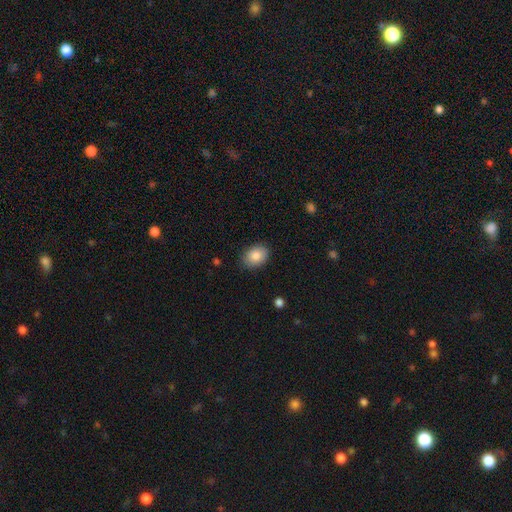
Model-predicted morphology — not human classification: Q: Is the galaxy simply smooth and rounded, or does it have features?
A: smooth — 84%.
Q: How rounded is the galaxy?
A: in between — 64%.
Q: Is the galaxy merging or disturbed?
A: none — 87%.